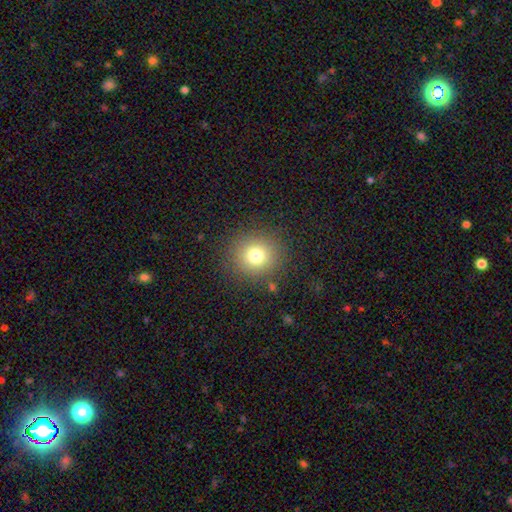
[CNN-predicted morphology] Smooth or featured? smooth (76%)
How rounded? round (89%)
Merging? none (87%)